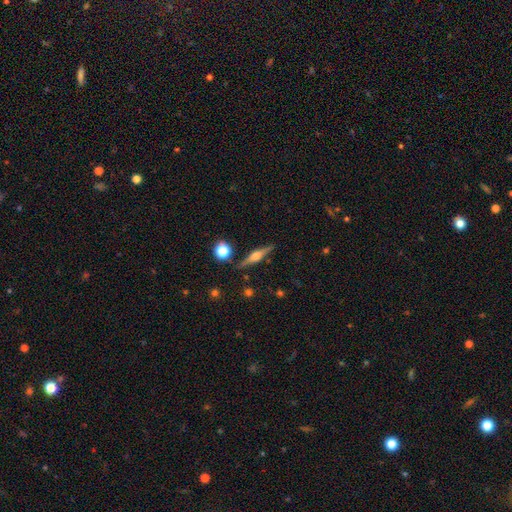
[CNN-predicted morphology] Overall: featured or disk (74%). Edge-on disk: yes (98%). Edge-on bulge: rounded (90%). Merging: none (88%).